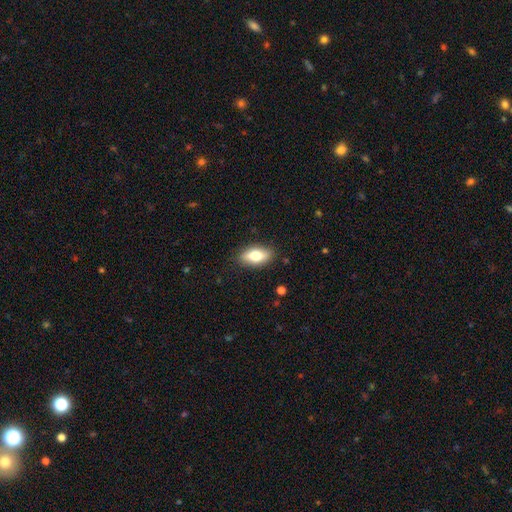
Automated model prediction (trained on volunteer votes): A smooth galaxy with no disk features (71%) that is in between round and cigar-shaped (86%). Merging: none (85%).